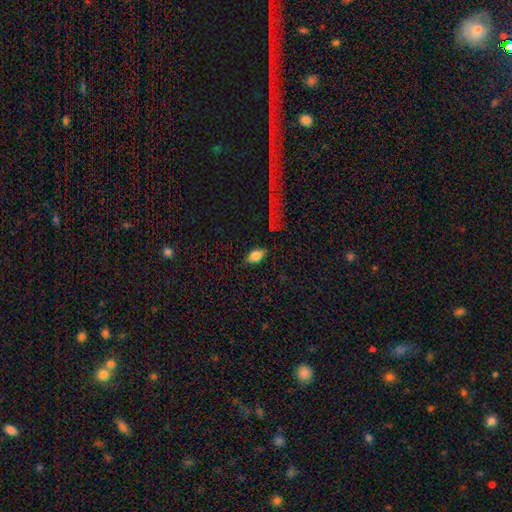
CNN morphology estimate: This is likely a smooth galaxy (77%). How rounded: clearly in between (87%). Merging: clearly none (81%).